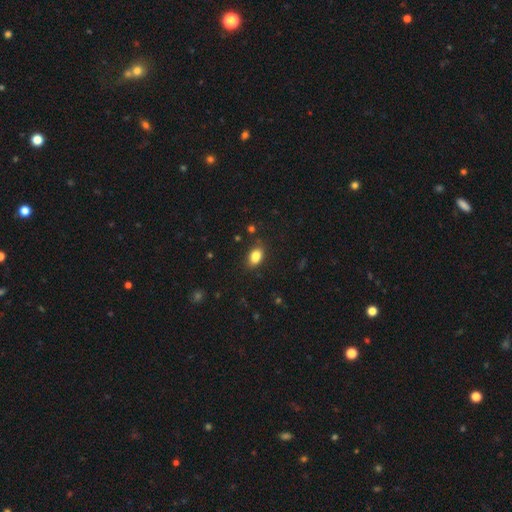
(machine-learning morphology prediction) A smooth galaxy with no disk features (84%) that is in between round and cigar-shaped (85%). Merging: none (83%).